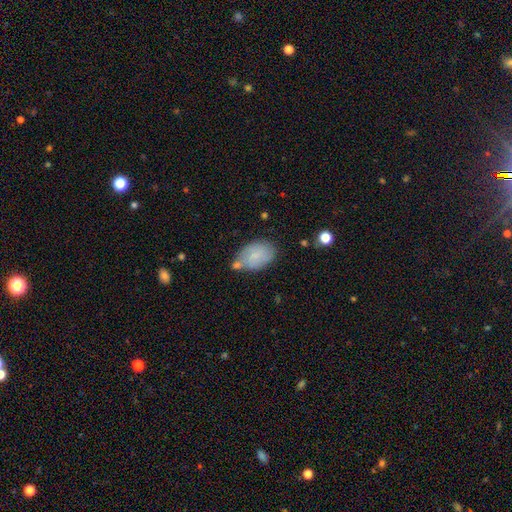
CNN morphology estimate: smooth_or_featured: smooth (p=0.77) [alt: featured or disk p=0.15]
how_rounded: in between (p=0.89) [alt: round p=0.09]
merging: none (p=0.57) [alt: minor disturbance p=0.23]